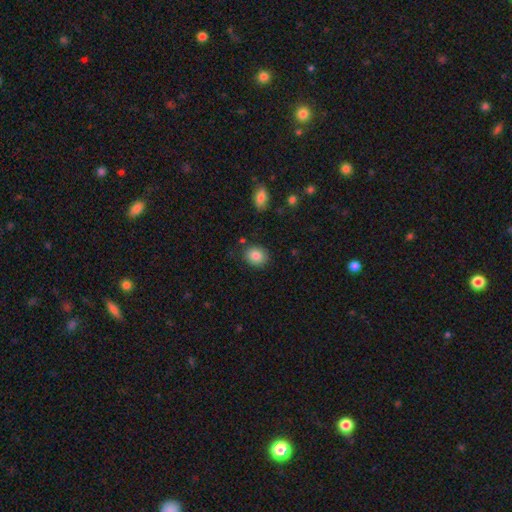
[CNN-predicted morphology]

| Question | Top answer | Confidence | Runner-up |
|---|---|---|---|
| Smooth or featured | smooth | 85% | star or artifact (9%) |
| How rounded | round | 64% | in between (35%) |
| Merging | none | 83% | minor disturbance (11%) |